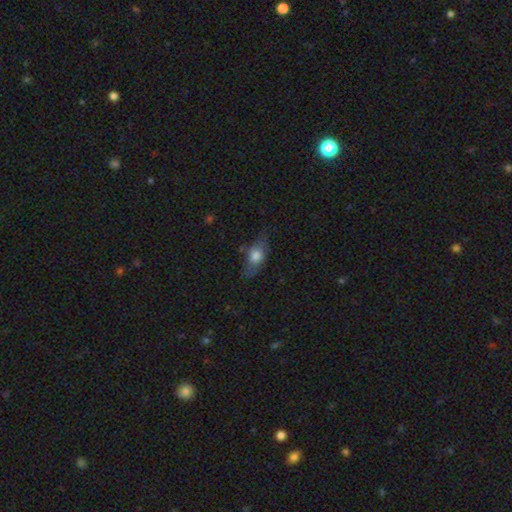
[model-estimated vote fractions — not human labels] Morphology: type=smooth (66%); roundness=in between (79%); merging=none (58%).